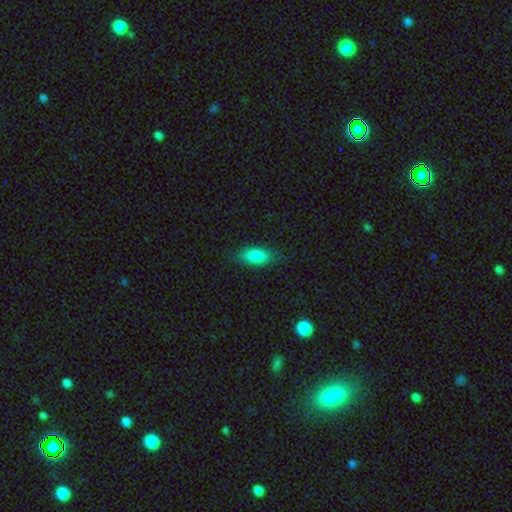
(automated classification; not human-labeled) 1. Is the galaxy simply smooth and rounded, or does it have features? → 84% smooth, 9% featured or disk, 7% star or artifact.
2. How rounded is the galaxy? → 86% in between, 11% cigar-shaped, 3% round.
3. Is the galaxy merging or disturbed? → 79% none, 16% minor disturbance, 4% major disturbance, 1% merger.